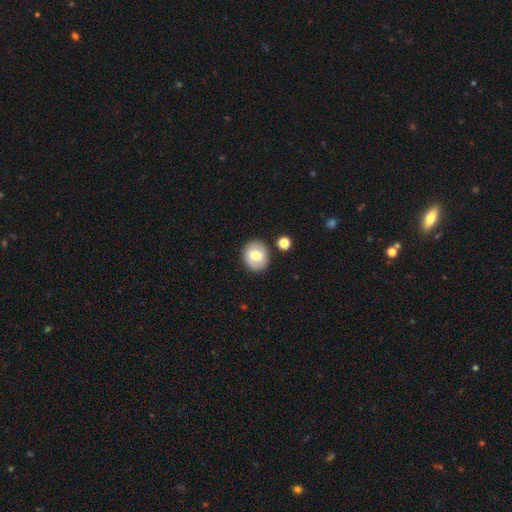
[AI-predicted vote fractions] Smooth or featured? smooth (74%)
How rounded? round (77%)
Merging? none (83%)